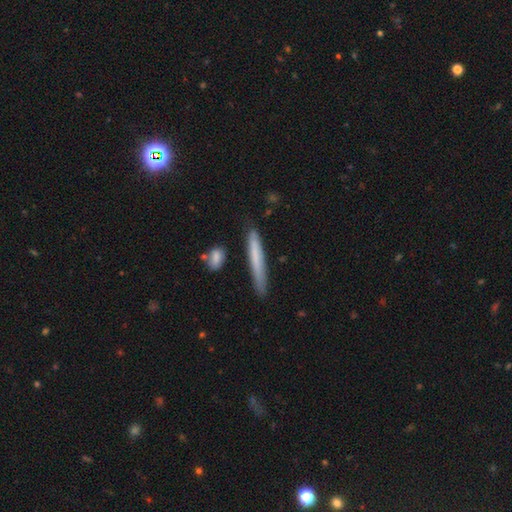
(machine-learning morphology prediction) smooth_or_featured: smooth (p=0.67) [alt: featured or disk p=0.27]
how_rounded: cigar-shaped (p=0.96) [alt: in between p=0.03]
merging: none (p=0.82) [alt: minor disturbance p=0.13]